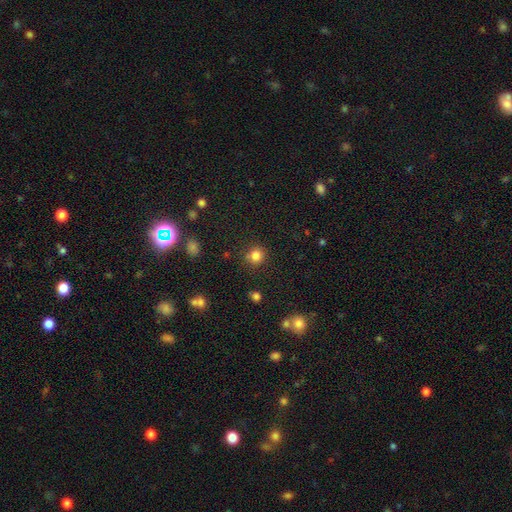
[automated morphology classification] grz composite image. It shows a smooth galaxy with no disk features (81%) that is round (89%). Merging: none (84%).